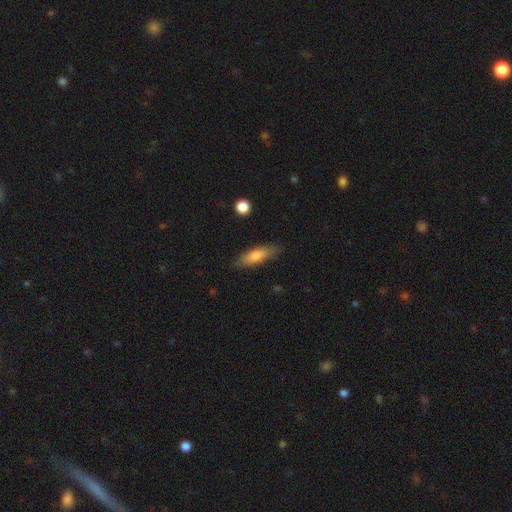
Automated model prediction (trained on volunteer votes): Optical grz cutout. It shows a smooth galaxy with no disk features (74%) that is cigar-shaped (57%). Merging: none (83%).